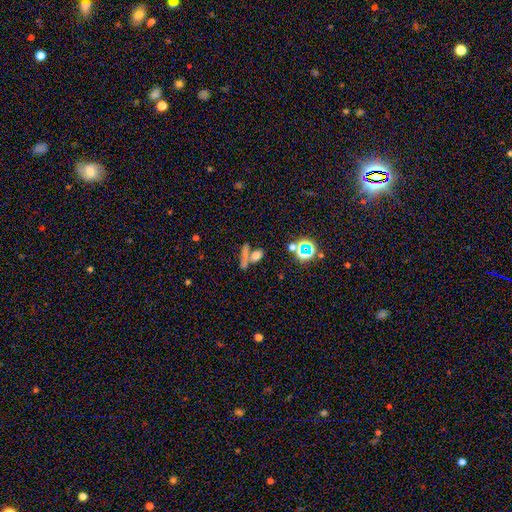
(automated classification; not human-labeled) smooth-or-featured: smooth: 63% | star or artifact: 21% | featured or disk: 15%
  how-rounded: in between: 50% | round: 26% | cigar-shaped: 24%
  merging: none: 47% | merger: 36% | minor disturbance: 10% | major disturbance: 6%